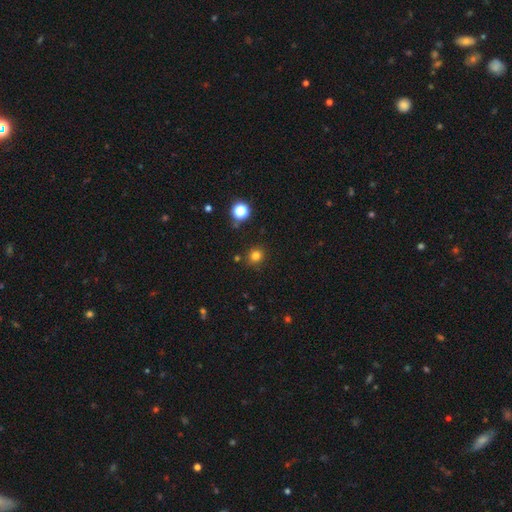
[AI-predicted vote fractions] smooth-or-featured: smooth: 79% | star or artifact: 16% | featured or disk: 5%
  how-rounded: round: 88% | in between: 11% | cigar-shaped: 1%
  merging: none: 87% | minor disturbance: 8% | merger: 3% | major disturbance: 3%